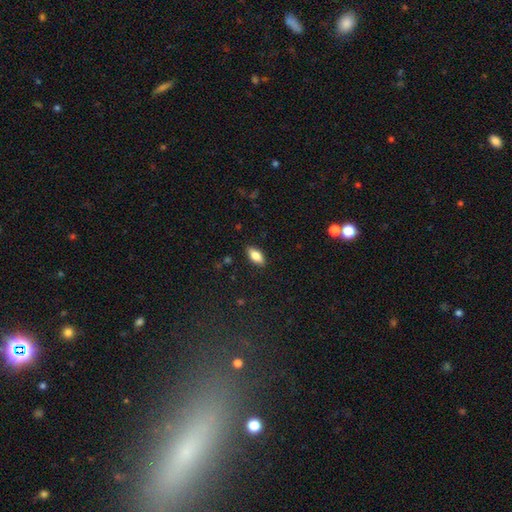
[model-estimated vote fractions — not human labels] Smooth or featured? Predicted: smooth (p=0.79). How rounded? Predicted: in between (p=0.87). Merging? Predicted: none (p=0.88).